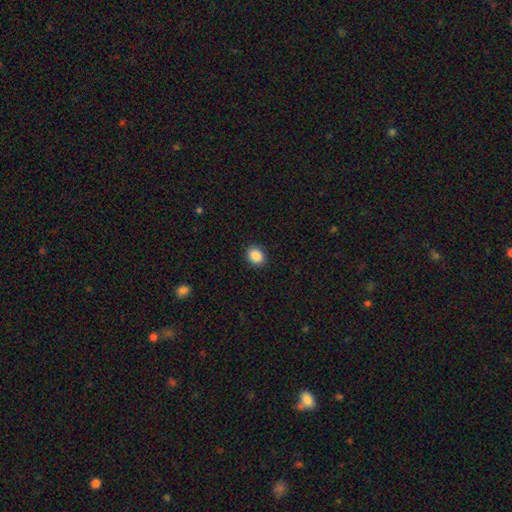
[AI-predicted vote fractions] A smooth galaxy with no disk features (88%) that is round (59%). Merging: none (91%).